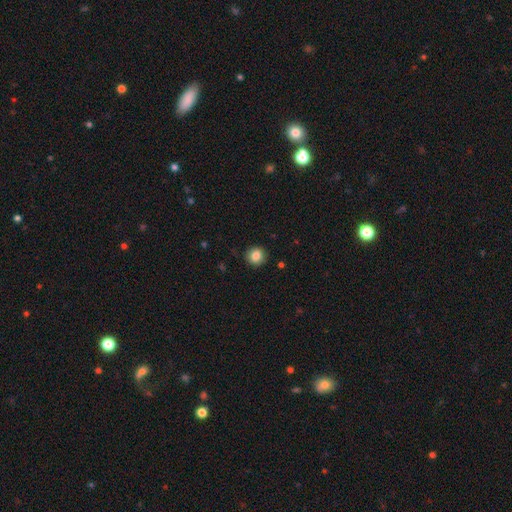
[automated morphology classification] This is clearly a smooth galaxy (85%). How rounded: clearly round (91%). Merging: clearly none (90%).